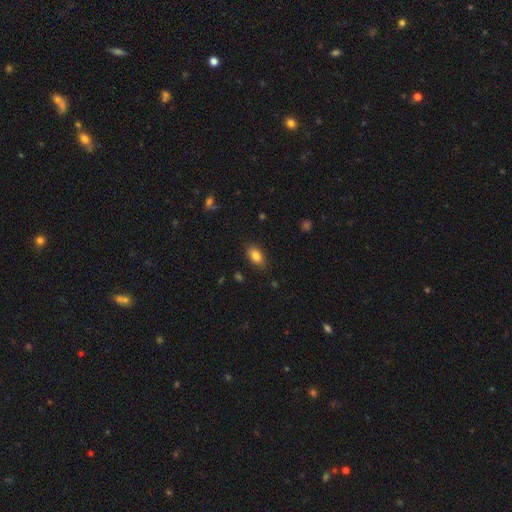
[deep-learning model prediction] smooth_or_featured: smooth (p=0.84) [alt: star or artifact p=0.08]
how_rounded: in between (p=0.89) [alt: round p=0.08]
merging: none (p=0.85) [alt: minor disturbance p=0.11]